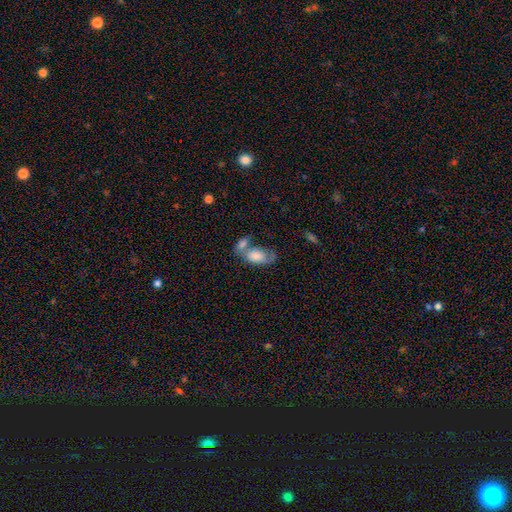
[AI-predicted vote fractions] Smooth or featured? Predicted: smooth (p=0.72). How rounded? Predicted: in between (p=0.90). Merging? Predicted: merger (p=0.50).